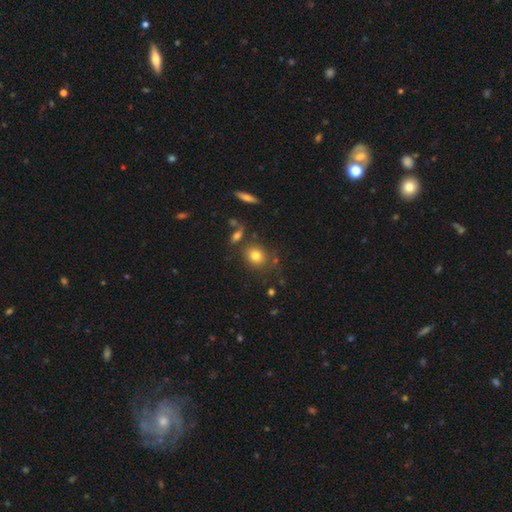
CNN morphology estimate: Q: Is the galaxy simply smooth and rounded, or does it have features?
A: smooth — 78%.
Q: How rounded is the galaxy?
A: round — 67%.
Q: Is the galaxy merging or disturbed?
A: none — 72%.